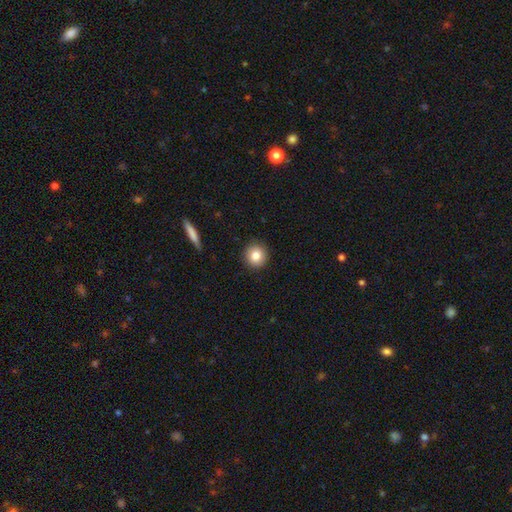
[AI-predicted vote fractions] smooth 83%, star or artifact 9%, featured or disk 8%. Down the decision tree: how rounded — round (93%); merging — none (92%).